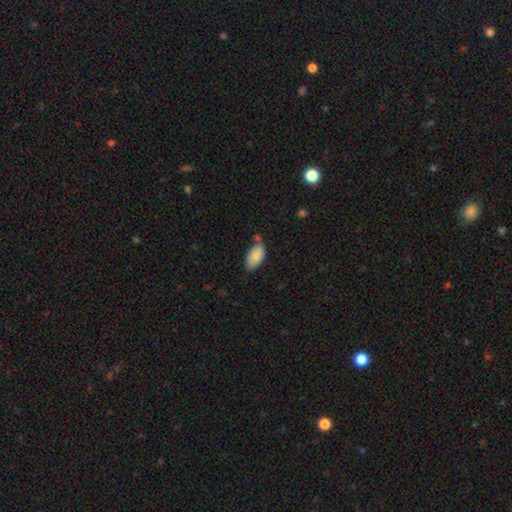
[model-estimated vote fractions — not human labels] A smooth galaxy with no disk features (83%) that is in between round and cigar-shaped (95%). Merging: none (62%).